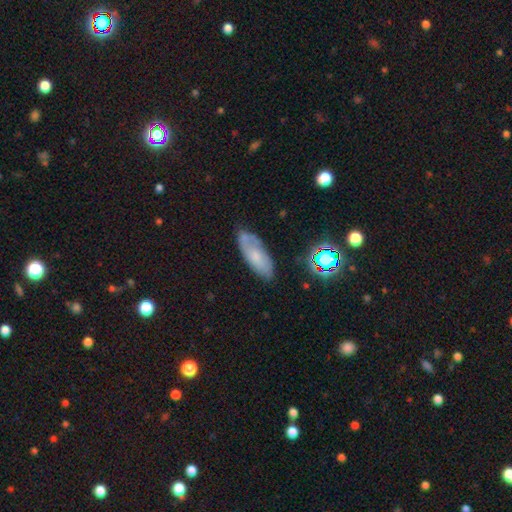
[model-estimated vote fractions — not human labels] A smooth galaxy with no disk features (51%) that is in between round and cigar-shaped (74%). Merging: none (67%).